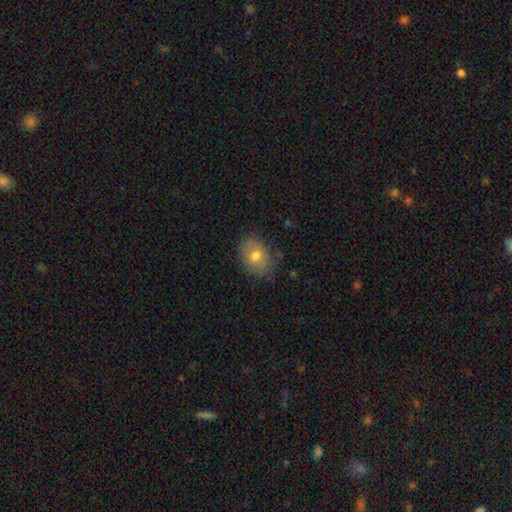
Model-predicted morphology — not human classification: smooth 74%, featured or disk 18%, star or artifact 9%. Down the decision tree: how rounded — in between (63%); merging — none (78%).